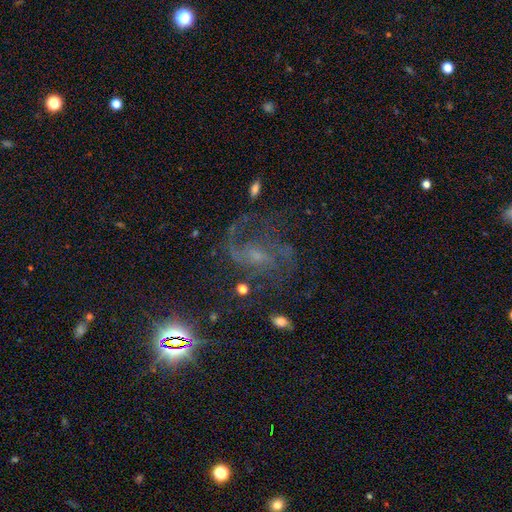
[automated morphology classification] Smooth or featured: featured or disk — 73% (star or artifact — 19%)
Edge-on disk: no — 97% (yes — 3%)
Bar: no — 48% (weak — 41%)
Spiral arms: yes — 92% (no — 8%)
Spiral winding: medium — 48% (loose — 33%)
Spiral arm count: 2 — 52% (can't tell — 17%)
Bulge size: small — 59% (moderate — 26%)
Merging: none — 55% (major disturbance — 25%)